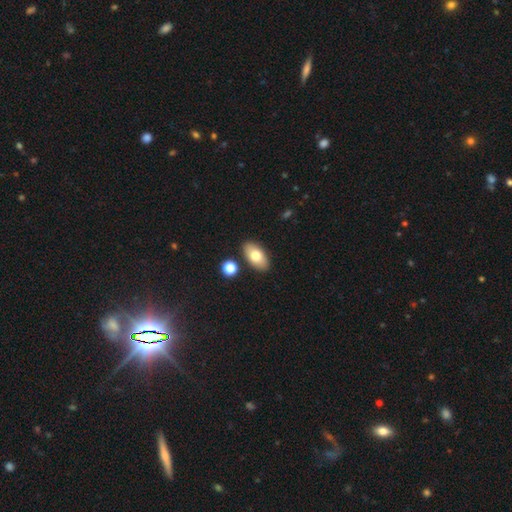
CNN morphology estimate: A smooth galaxy with no disk features (76%) that is in between round and cigar-shaped (93%).

Vote fractions:
- Smooth or featured? smooth: 76% / featured or disk: 17% / star or artifact: 7%
- How rounded? in between: 93% / round: 4% / cigar-shaped: 3%
- Merging? none: 86% / minor disturbance: 8% / merger: 4% / major disturbance: 2%